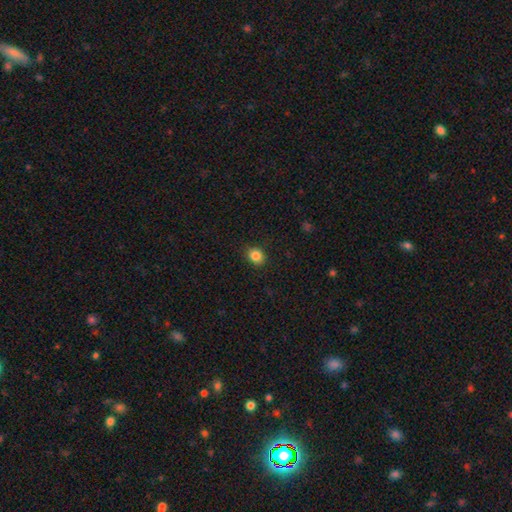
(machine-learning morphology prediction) The model was most divided on "how rounded": round: 63%, in between: 37%, cigar-shaped: 1%. More confident: merging — none (88%); smooth or featured — smooth (85%).